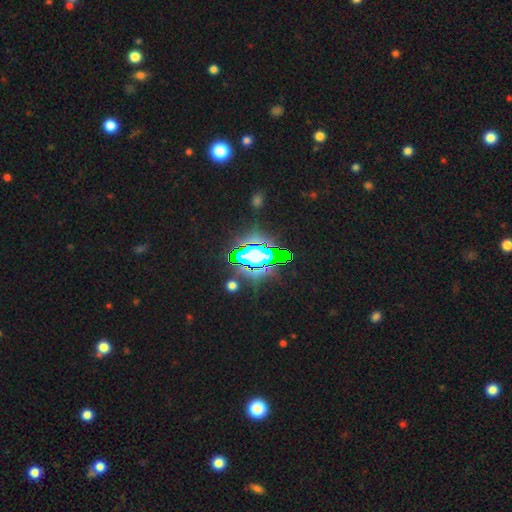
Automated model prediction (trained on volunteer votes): Overall: star or artifact (67%).